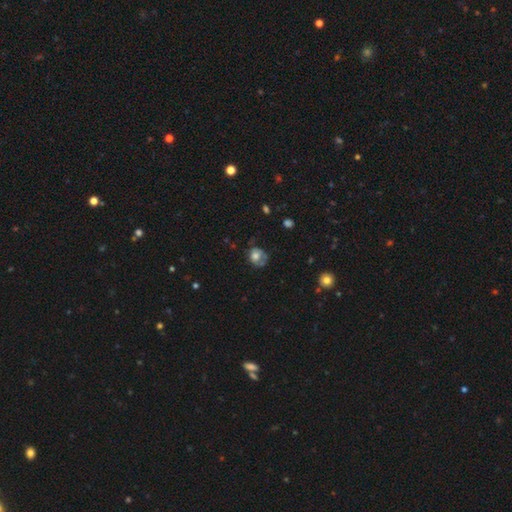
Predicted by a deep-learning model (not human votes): This appears to be a smooth galaxy with no disk features (60%) that is round (65%). Merging: none (45%).